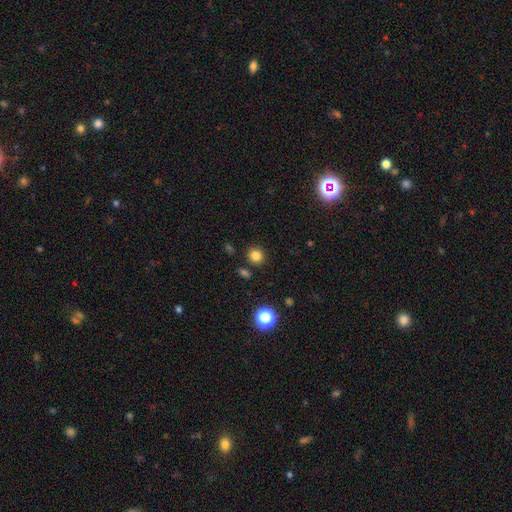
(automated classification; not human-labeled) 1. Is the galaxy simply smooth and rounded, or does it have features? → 82% smooth, 14% star or artifact, 5% featured or disk.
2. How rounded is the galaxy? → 86% round, 13% in between, 1% cigar-shaped.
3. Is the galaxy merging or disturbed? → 86% none, 7% minor disturbance, 4% merger, 3% major disturbance.